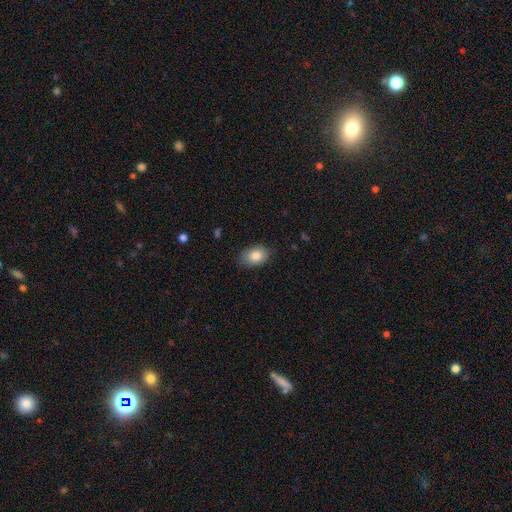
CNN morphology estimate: Smooth or featured? Predicted: smooth (p=0.84). How rounded? Predicted: in between (p=0.81). Merging? Predicted: none (p=0.83).